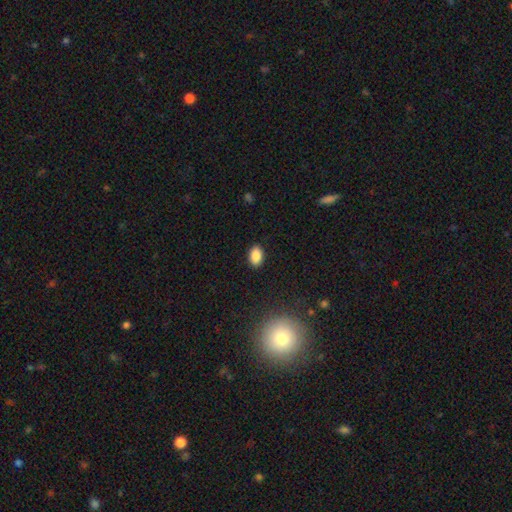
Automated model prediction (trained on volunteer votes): This is clearly a smooth galaxy (87%). How rounded: clearly in between (88%). Merging: clearly none (89%).